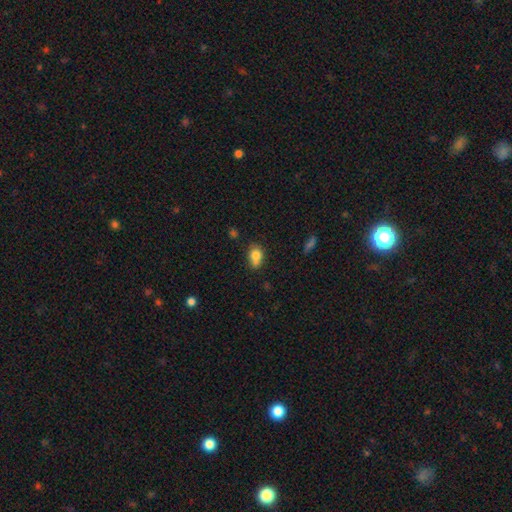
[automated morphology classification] smooth_or_featured: smooth (p=0.79) [alt: featured or disk p=0.11]
how_rounded: in between (p=0.68) [alt: round p=0.30]
merging: none (p=0.47) [alt: minor disturbance p=0.26]